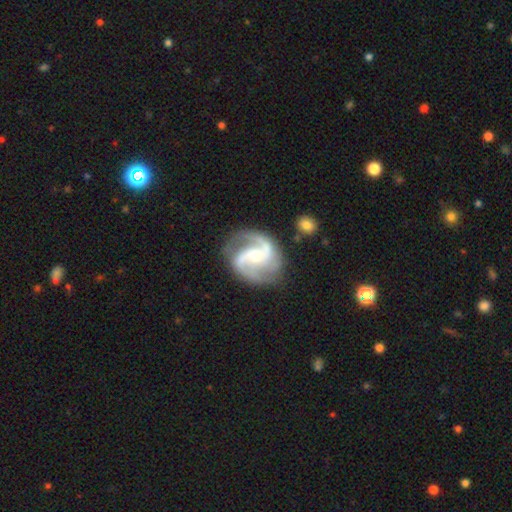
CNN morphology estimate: This is clearly a featured or disk galaxy (91%). It is clearly not viewed edge-on (98%). Bar: marginally no (41%). Spiral arm pattern: clearly yes (98%). Spiral arm count: likely 2 (74%). Spiral winding: possibly medium (59%). Central bulge: possibly small (50%). Merging: likely none (77%).